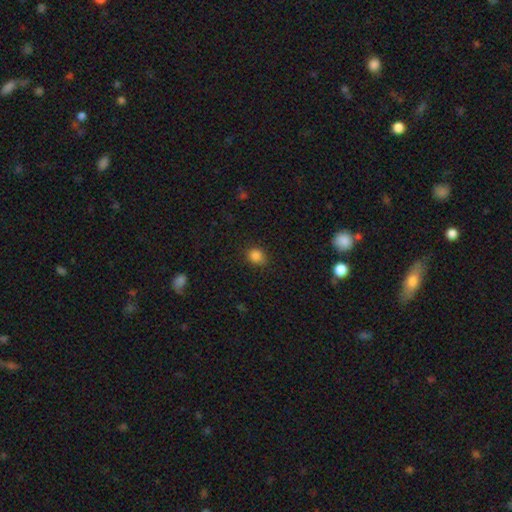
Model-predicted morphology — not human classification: smooth_or_featured: smooth (p=0.84) [alt: star or artifact p=0.12]
how_rounded: round (p=0.72) [alt: in between p=0.27]
merging: none (p=0.77) [alt: minor disturbance p=0.18]